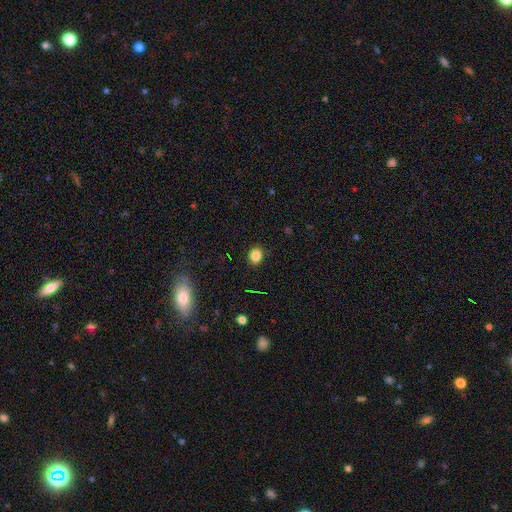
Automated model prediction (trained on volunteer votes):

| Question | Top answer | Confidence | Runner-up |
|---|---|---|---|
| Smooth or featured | smooth | 84% | star or artifact (11%) |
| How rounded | round | 56% | in between (43%) |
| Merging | none | 88% | minor disturbance (8%) |